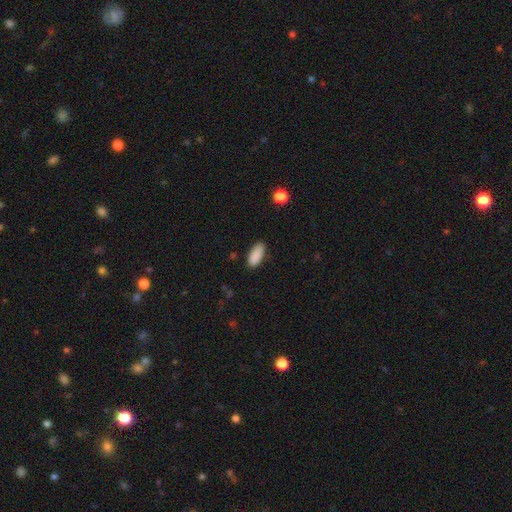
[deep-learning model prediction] The model was most divided on "how rounded": in between: 84%, cigar-shaped: 14%, round: 2%. More confident: smooth or featured — smooth (89%); merging — none (84%).